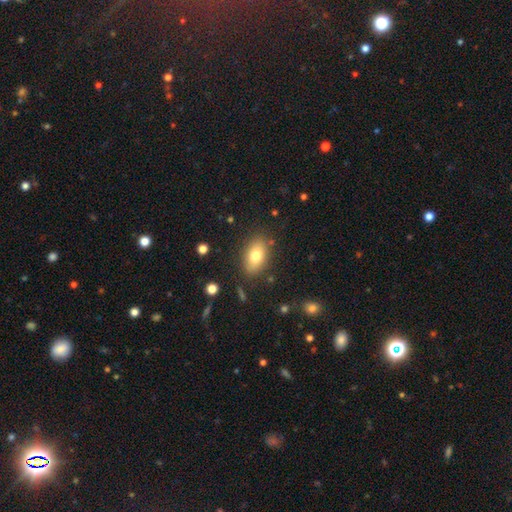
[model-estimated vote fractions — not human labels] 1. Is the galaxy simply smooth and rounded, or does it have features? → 77% smooth, 15% featured or disk, 9% star or artifact.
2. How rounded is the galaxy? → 88% in between, 9% round, 3% cigar-shaped.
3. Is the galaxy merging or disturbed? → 83% none, 12% minor disturbance, 3% major disturbance, 2% merger.